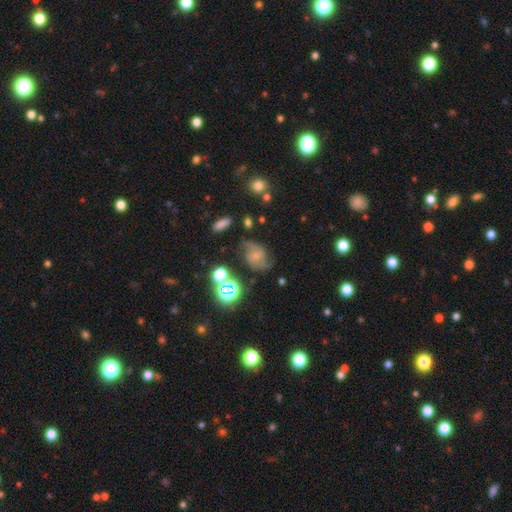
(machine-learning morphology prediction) Smooth or featured?
  - featured or disk: 65% *
  - smooth: 21%
  - star or artifact: 15%
Edge-on disk?
  - no: 97% *
  - yes: 3%
Bar?
  - no: 49% *
  - weak: 41%
  - strong: 11%
Spiral arms?
  - yes: 93% *
  - no: 7%
Spiral winding?
  - medium: 45% *
  - loose: 42%
  - tight: 13%
Spiral arm count?
  - 2: 86% *
  - can't tell: 7%
  - 3: 3%
  - 1: 2%
  - 4: 1%
  - more than 4: 1%
Bulge size?
  - small: 51% *
  - moderate: 24%
  - none: 20%
  - large: 4%
  - dominant: 2%
Merging?
  - none: 60% *
  - minor disturbance: 23%
  - major disturbance: 13%
  - merger: 5%